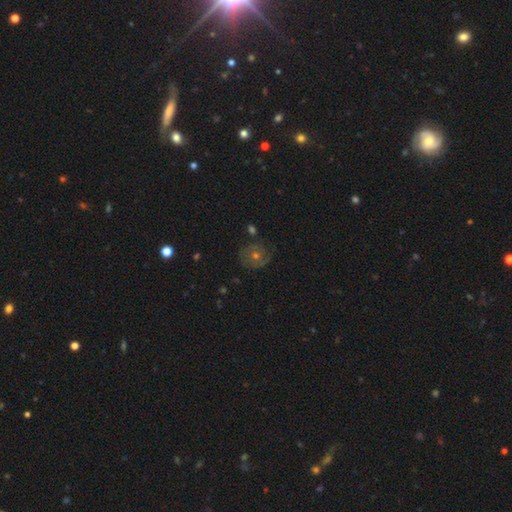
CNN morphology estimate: featured or disk 51%, smooth 29%, star or artifact 20%. Down the decision tree: edge-on disk — no (96%); merging — none (78%).